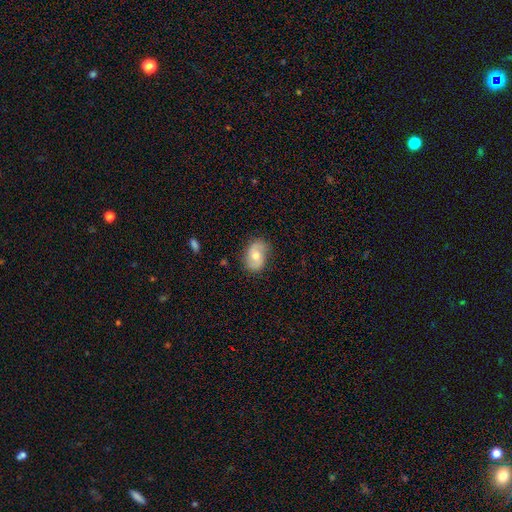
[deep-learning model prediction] A featured or disk galaxy (47%).

Vote fractions:
- Smooth or featured? featured or disk: 47% / smooth: 46% / star or artifact: 7%
- Merging? none: 76% / minor disturbance: 18% / major disturbance: 5% / merger: 1%